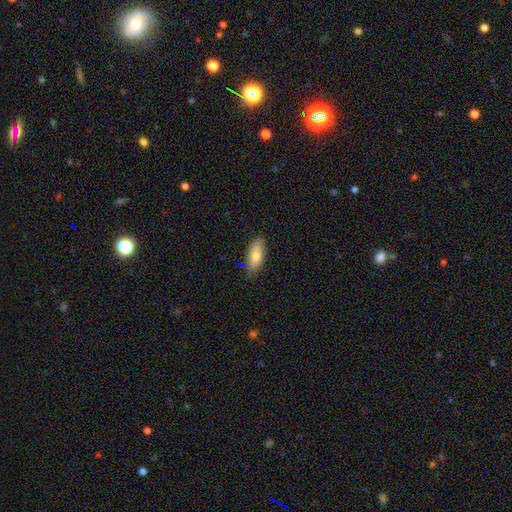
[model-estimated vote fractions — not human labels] Morphology: type=smooth (77%); roundness=in between (81%); merging=none (80%).